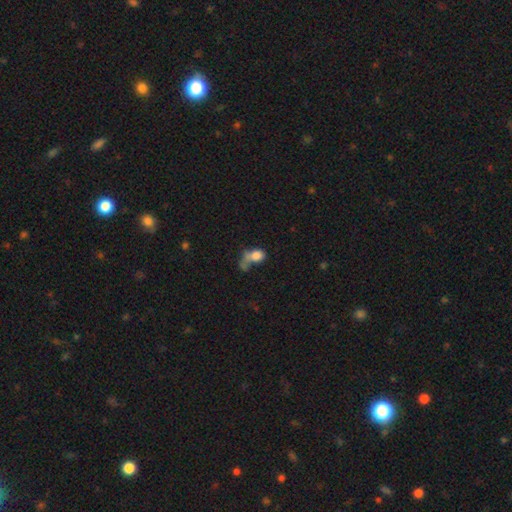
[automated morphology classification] Overall: smooth (71%). How rounded: in between (60%; round 38%). Merging: major disturbance (34%; merger 30%).